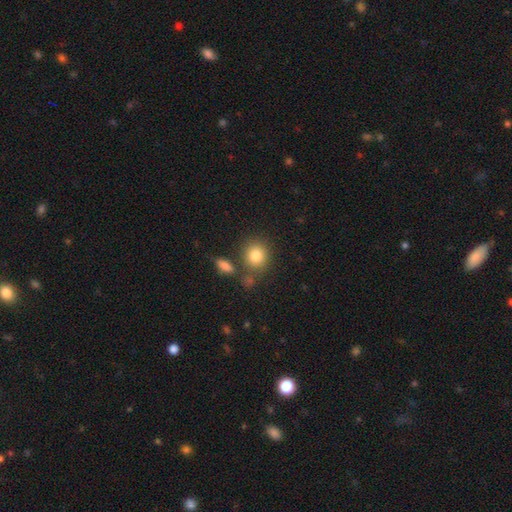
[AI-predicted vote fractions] Overall: smooth (83%). How rounded: round (79%). Merging: none (71%).